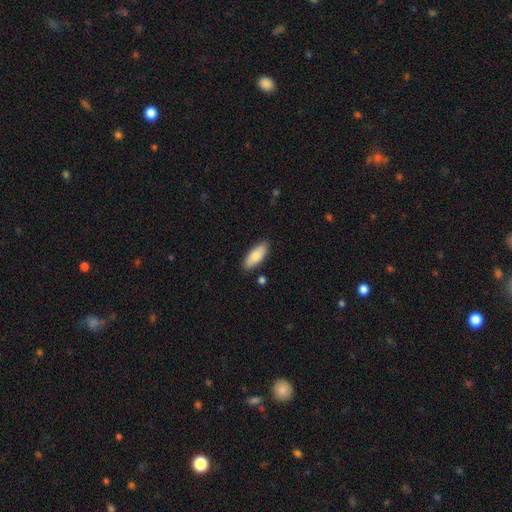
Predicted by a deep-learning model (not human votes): smooth-or-featured: smooth: 80% | featured or disk: 14% | star or artifact: 6%
  how-rounded: in between: 80% | cigar-shaped: 18% | round: 2%
  merging: none: 85% | minor disturbance: 11% | merger: 2% | major disturbance: 2%